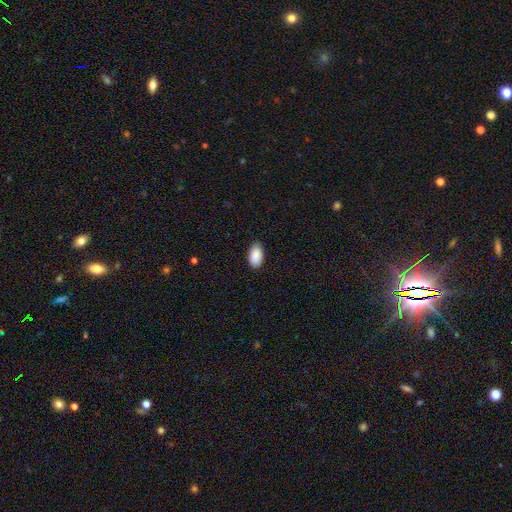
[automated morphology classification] smooth 90%, star or artifact 6%, featured or disk 3%. Down the decision tree: how rounded — in between (95%); merging — none (85%).